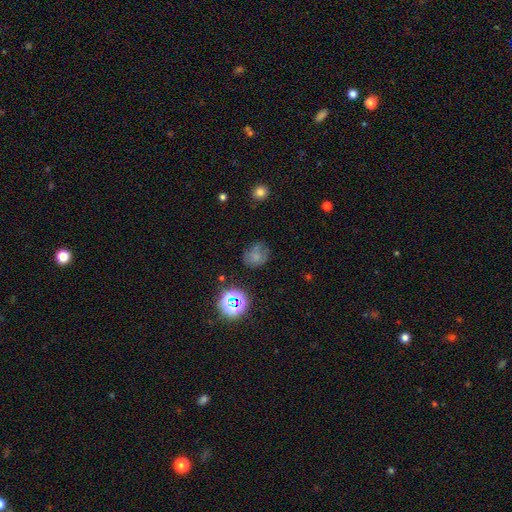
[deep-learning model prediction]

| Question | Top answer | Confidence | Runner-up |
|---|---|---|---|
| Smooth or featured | smooth | 63% | star or artifact (21%) |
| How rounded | round | 71% | in between (28%) |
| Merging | none | 61% | minor disturbance (23%) |